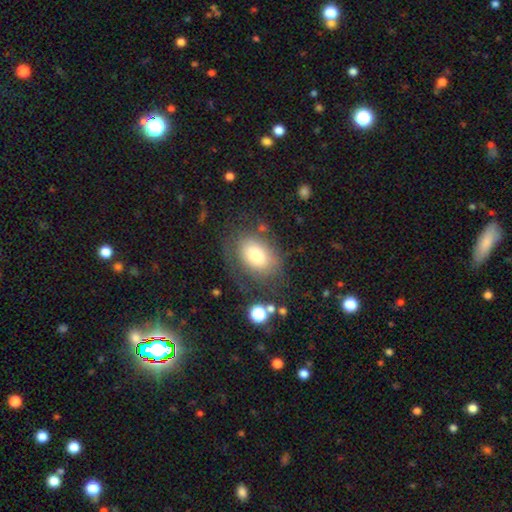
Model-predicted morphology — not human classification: This appears to be a smooth galaxy with no disk features (68%) that is in between round and cigar-shaped (73%). Merging: none (61%).